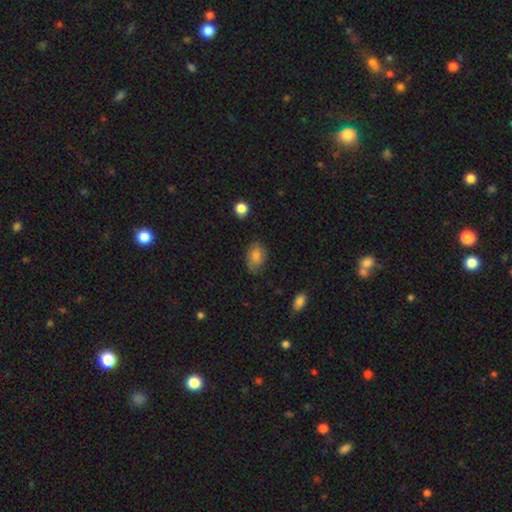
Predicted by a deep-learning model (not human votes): smooth 71%, featured or disk 20%, star or artifact 9%. Down the decision tree: how rounded — in between (82%); merging — none (66%).